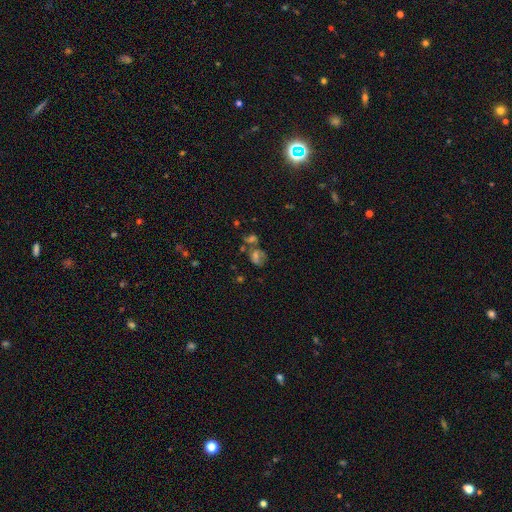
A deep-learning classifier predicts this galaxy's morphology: This appears to be a smooth galaxy with no disk features (38%). Merging: none (43%).